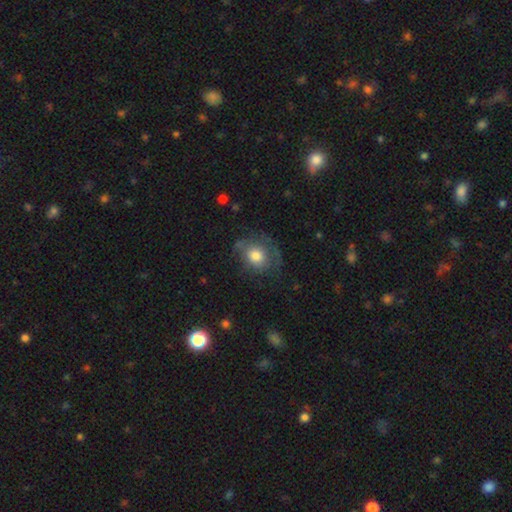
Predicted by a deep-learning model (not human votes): smooth 63%, featured or disk 29%, star or artifact 9%. Down the decision tree: how rounded — round (66%); merging — none (56%).